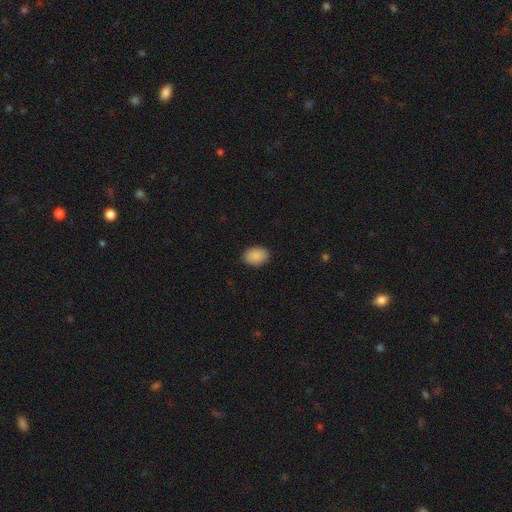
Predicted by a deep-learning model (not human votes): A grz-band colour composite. It shows a smooth galaxy with no disk features (89%) that is in between round and cigar-shaped (83%). Merging: none (89%).